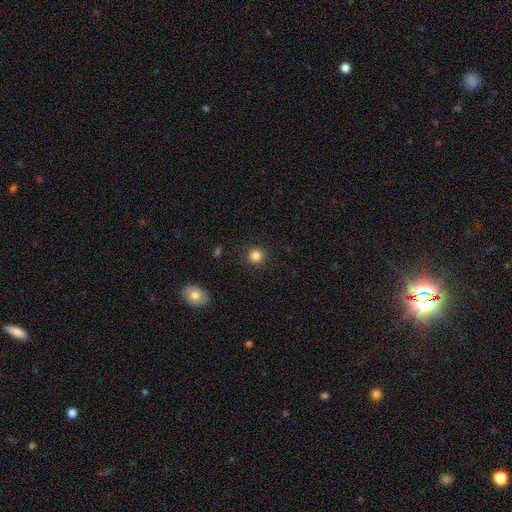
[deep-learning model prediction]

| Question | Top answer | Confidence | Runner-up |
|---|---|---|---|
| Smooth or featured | smooth | 84% | star or artifact (12%) |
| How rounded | round | 94% | in between (5%) |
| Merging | none | 90% | minor disturbance (6%) |